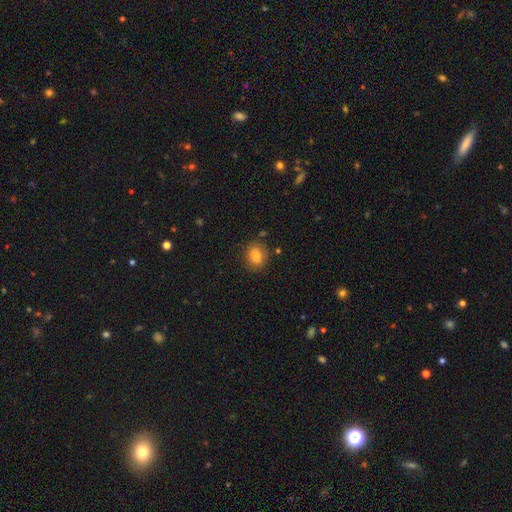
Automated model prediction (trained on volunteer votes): Smooth or featured? Predicted: smooth (p=0.82). How rounded? Predicted: in between (p=0.55). Merging? Predicted: none (p=0.82).